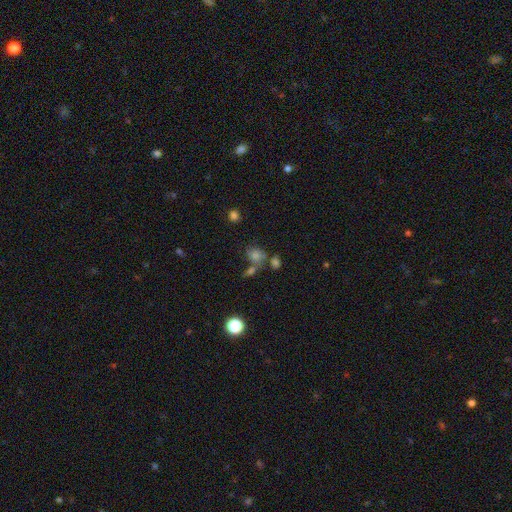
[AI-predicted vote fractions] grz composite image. It shows a smooth galaxy with no disk features (62%) that is round (59%). Merging: none (53%).